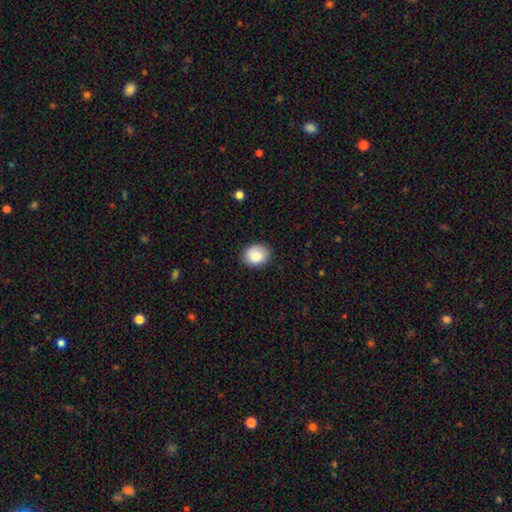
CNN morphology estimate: Smooth or featured? Predicted: smooth (p=0.88). How rounded? Predicted: round (p=0.56). Merging? Predicted: none (p=0.86).